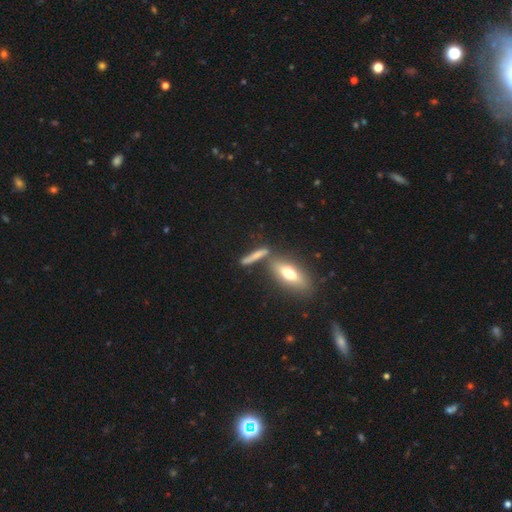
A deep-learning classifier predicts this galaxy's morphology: A smooth galaxy with no disk features (58%) that is cigar-shaped (77%).

Vote fractions:
- Smooth or featured? smooth: 58% / featured or disk: 32% / star or artifact: 10%
- How rounded? cigar-shaped: 77% / in between: 18% / round: 5%
- Merging? none: 59% / merger: 23% / minor disturbance: 12% / major disturbance: 6%